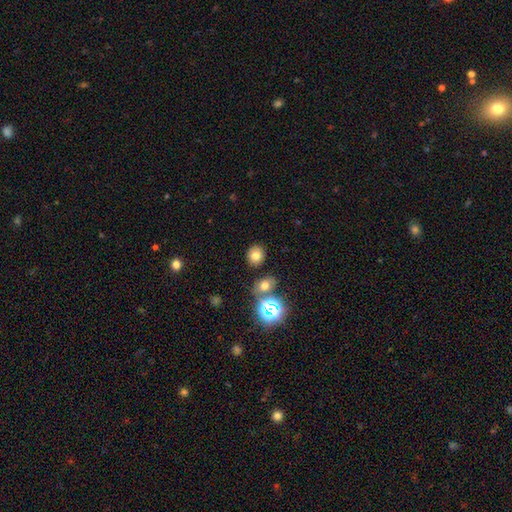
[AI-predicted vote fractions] smooth_or_featured: smooth (p=0.75) [alt: star or artifact p=0.16]
how_rounded: round (p=0.74) [alt: in between p=0.25]
merging: none (p=0.84) [alt: minor disturbance p=0.08]